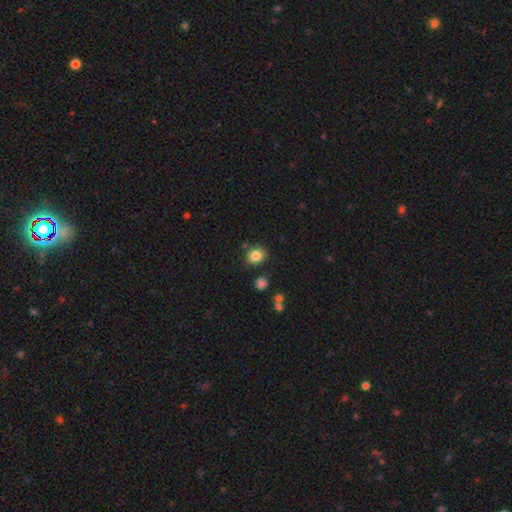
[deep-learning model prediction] Smooth or featured?
  - smooth: 84% *
  - star or artifact: 10%
  - featured or disk: 6%
How rounded?
  - round: 68% *
  - in between: 31%
  - cigar-shaped: 1%
Merging?
  - none: 82% *
  - minor disturbance: 11%
  - merger: 5%
  - major disturbance: 3%